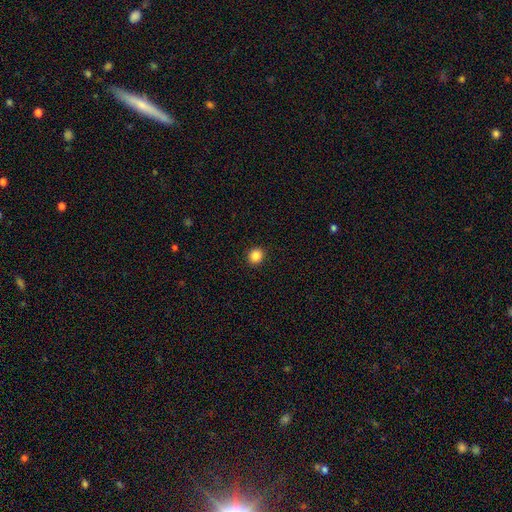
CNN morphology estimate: This appears to be a smooth galaxy with no disk features (86%) that is round (86%). Merging: none (92%).